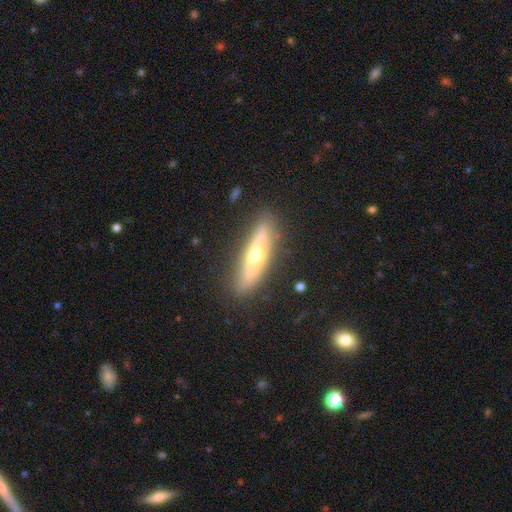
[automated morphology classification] smooth-or-featured: featured or disk: 56% | smooth: 37% | star or artifact: 7%
  disk-edge-on: yes: 82% | no: 18%
  merging: none: 85% | minor disturbance: 11% | major disturbance: 3% | merger: 2%